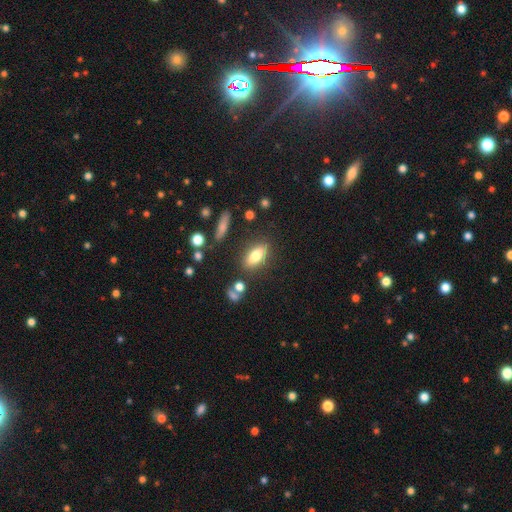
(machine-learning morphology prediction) smooth_or_featured: smooth (p=0.73) [alt: featured or disk p=0.18]
how_rounded: in between (p=0.75) [alt: cigar-shaped p=0.20]
merging: none (p=0.80) [alt: minor disturbance p=0.12]